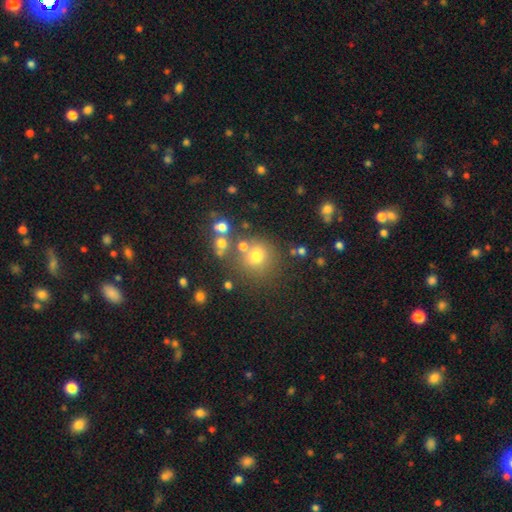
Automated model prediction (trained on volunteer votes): smooth_or_featured: smooth (p=0.70) [alt: star or artifact p=0.19]
how_rounded: round (p=0.89) [alt: in between p=0.10]
merging: none (p=0.70) [alt: merger p=0.14]